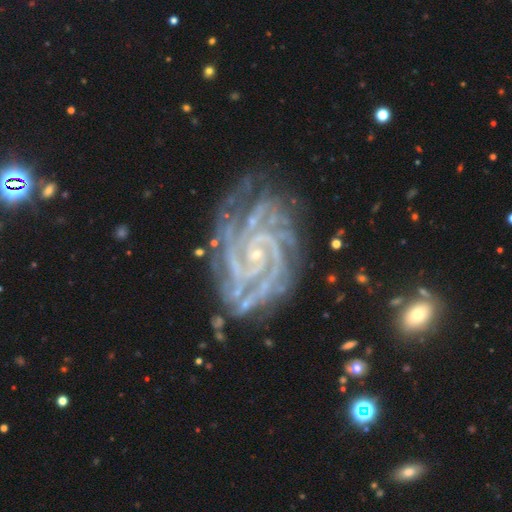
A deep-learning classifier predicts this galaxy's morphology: A featured or disk galaxy (93%) with no bar (57%), 4 (26%) tight (78%) spiral arms (99%) and a small central bulge (85%). Merging: none (72%).